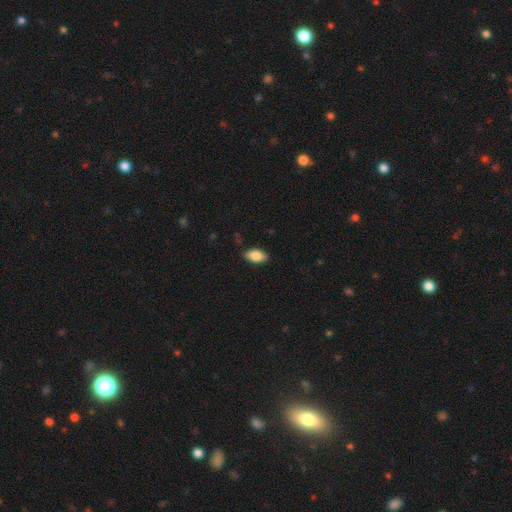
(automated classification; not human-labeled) smooth-or-featured: smooth: 84% | featured or disk: 9% | star or artifact: 7%
  how-rounded: in between: 92% | cigar-shaped: 4% | round: 4%
  merging: none: 86% | minor disturbance: 11% | major disturbance: 2% | merger: 1%